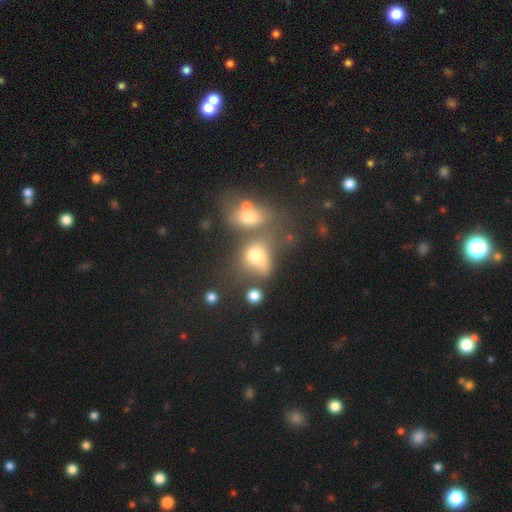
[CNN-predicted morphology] Smooth or featured: smooth — 61% (featured or disk — 22%)
How rounded: in between — 64% (round — 32%)
Merging: merger — 51% (none — 22%)